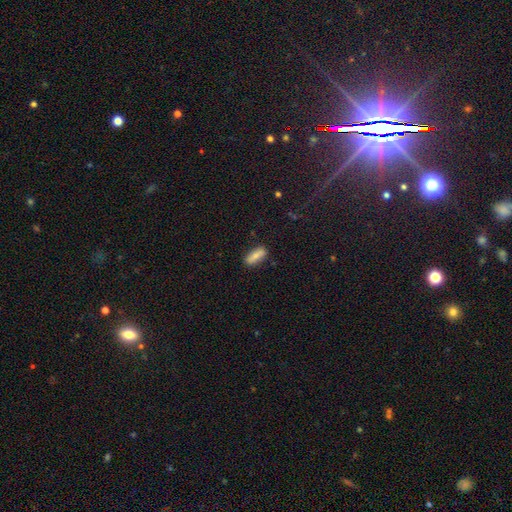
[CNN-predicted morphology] smooth-or-featured: smooth: 73% | featured or disk: 20% | star or artifact: 7%
  how-rounded: in between: 63% | cigar-shaped: 34% | round: 3%
  merging: none: 82% | minor disturbance: 13% | major disturbance: 3% | merger: 3%